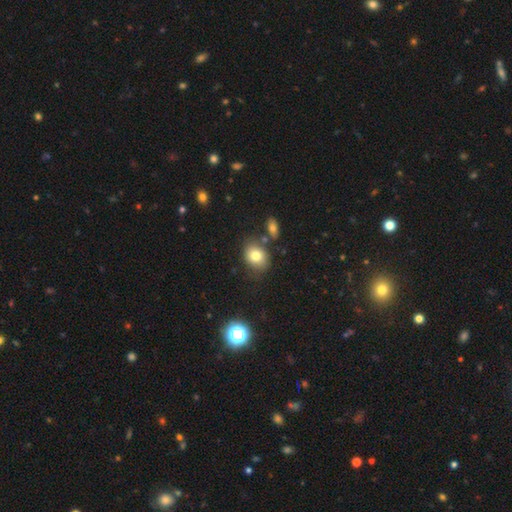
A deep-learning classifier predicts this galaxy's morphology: This is likely a smooth galaxy (77%). How rounded: possibly in between (56%). Merging: likely none (72%).